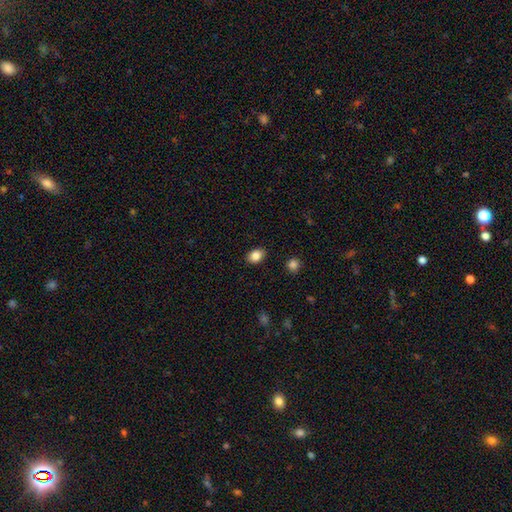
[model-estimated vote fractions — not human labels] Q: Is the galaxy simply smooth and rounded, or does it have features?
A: smooth — 85%.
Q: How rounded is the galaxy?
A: in between — 72%.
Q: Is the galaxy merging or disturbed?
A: none — 87%.